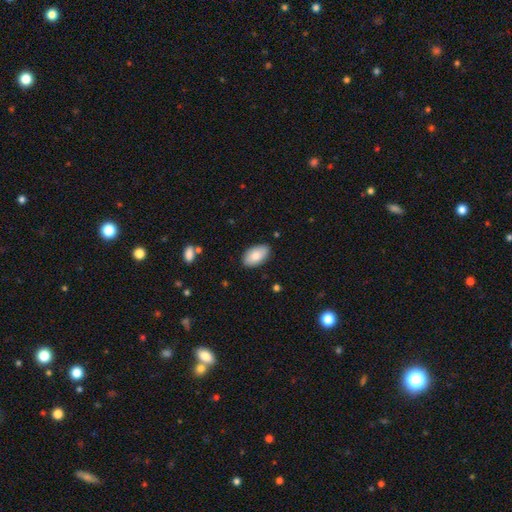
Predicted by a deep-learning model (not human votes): smooth_or_featured: smooth (p=0.82) [alt: featured or disk p=0.12]
how_rounded: in between (p=0.95) [alt: round p=0.03]
merging: none (p=0.85) [alt: minor disturbance p=0.12]